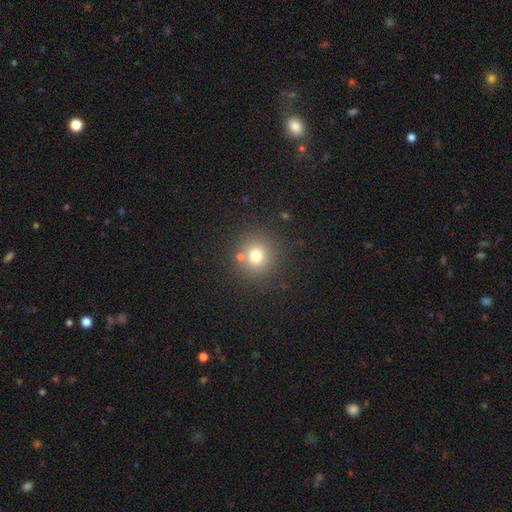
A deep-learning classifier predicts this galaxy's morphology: Smooth or featured? Predicted: smooth (p=0.73). How rounded? Predicted: round (p=0.92). Merging? Predicted: none (p=0.76).